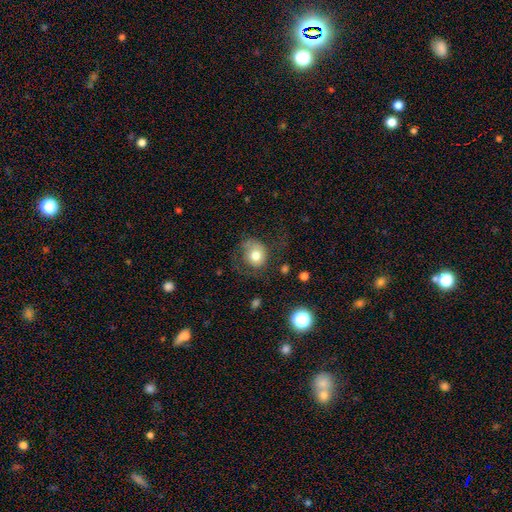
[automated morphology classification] smooth_or_featured: smooth (p=0.70) [alt: featured or disk p=0.21]
how_rounded: round (p=0.68) [alt: in between p=0.31]
merging: none (p=0.43) [alt: major disturbance p=0.30]